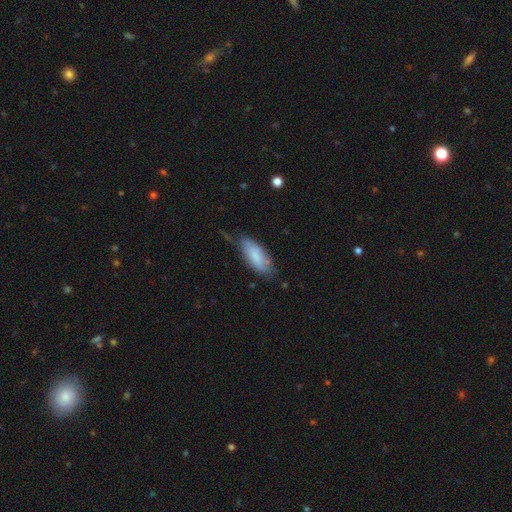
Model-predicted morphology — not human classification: smooth 79%, featured or disk 15%, star or artifact 6%. Down the decision tree: how rounded — in between (79%); merging — none (53%).